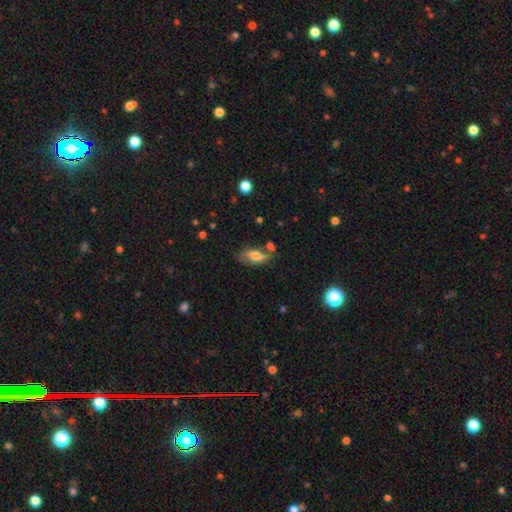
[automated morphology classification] Smooth or featured? smooth (51%)
How rounded? in between (82%)
Merging? none (58%)